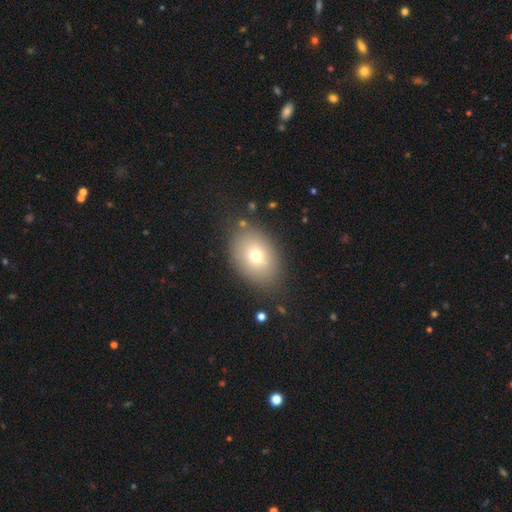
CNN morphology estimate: A smooth galaxy with no disk features (73%) that is in between round and cigar-shaped (75%). Merging: none (82%).